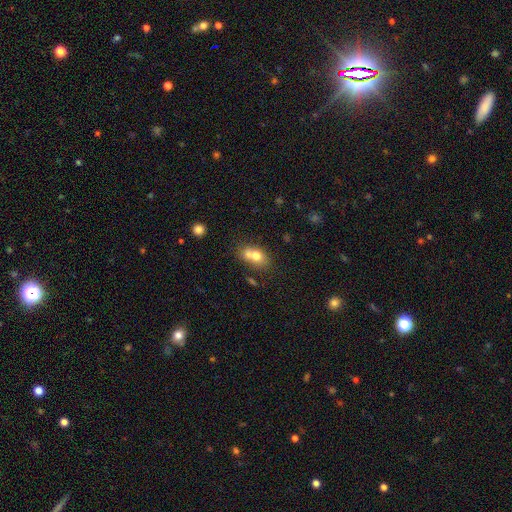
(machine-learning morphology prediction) A smooth galaxy with no disk features (69%) that is in between round and cigar-shaped (60%). Merging: merger (54%).